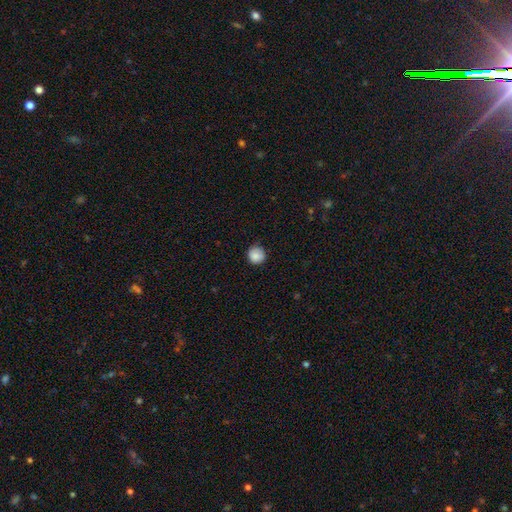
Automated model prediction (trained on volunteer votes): Smooth or featured? Predicted: smooth (p=0.86). How rounded? Predicted: round (p=0.92). Merging? Predicted: none (p=0.81).